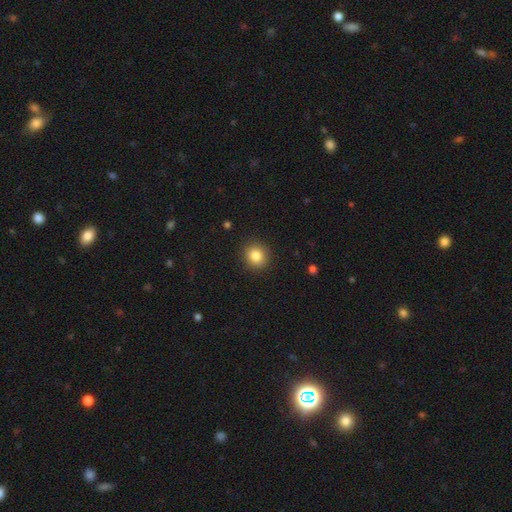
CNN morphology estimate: smooth_or_featured: smooth (p=0.84) [alt: star or artifact p=0.10]
how_rounded: round (p=0.81) [alt: in between p=0.18]
merging: none (p=0.90) [alt: minor disturbance p=0.07]